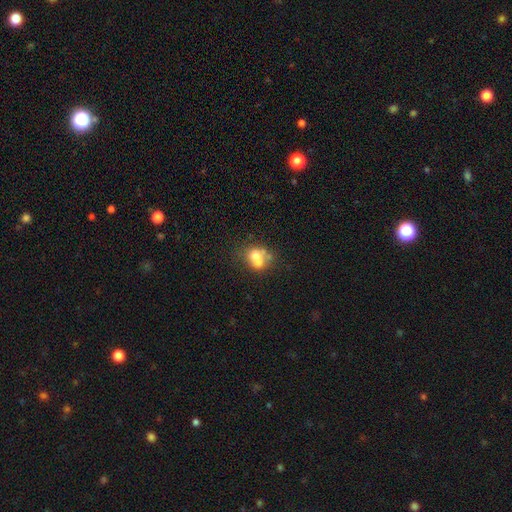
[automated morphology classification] smooth_or_featured: smooth (p=0.60) [alt: featured or disk p=0.28]
how_rounded: round (p=0.66) [alt: in between p=0.33]
merging: merger (p=0.56) [alt: none p=0.30]